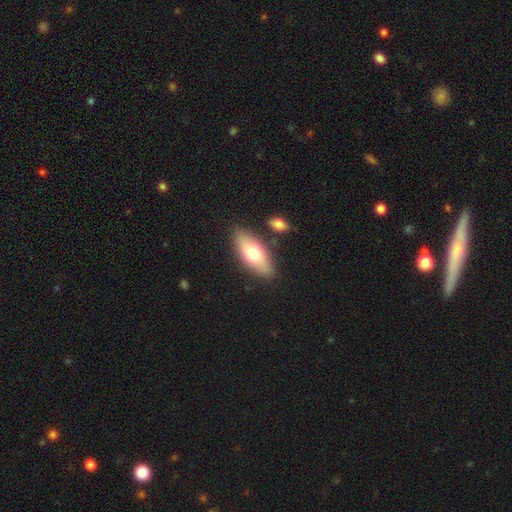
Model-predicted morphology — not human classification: Q: Smooth or featured?
A: smooth (66%); runner-up: featured or disk (27%)
Q: How rounded?
A: in between (80%); runner-up: cigar-shaped (17%)
Q: Merging?
A: none (82%); runner-up: minor disturbance (10%)